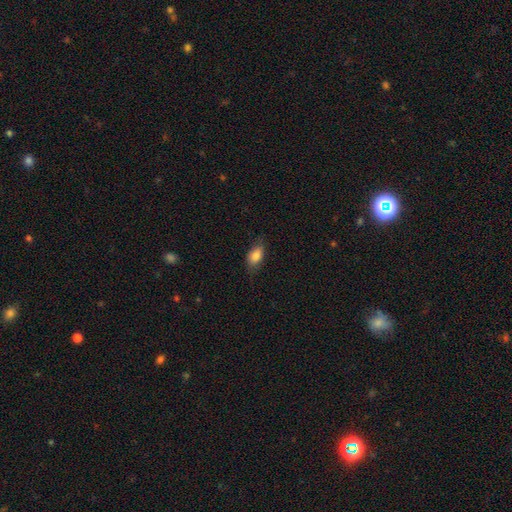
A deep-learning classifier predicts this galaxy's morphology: smooth-or-featured: smooth: 83% | featured or disk: 10% | star or artifact: 8%
  how-rounded: in between: 87% | round: 8% | cigar-shaped: 5%
  merging: none: 71% | minor disturbance: 22% | major disturbance: 6% | merger: 1%